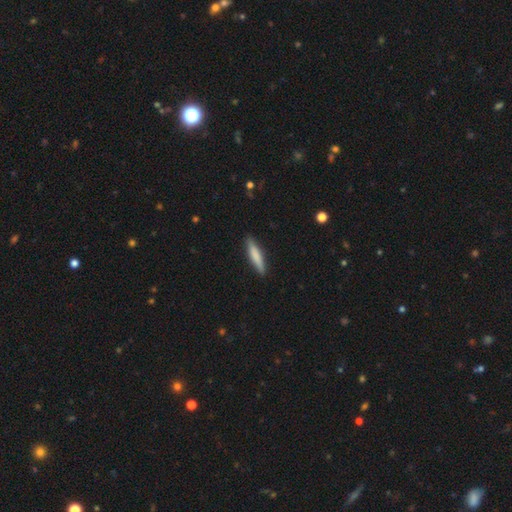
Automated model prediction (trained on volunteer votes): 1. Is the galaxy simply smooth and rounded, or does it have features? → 73% smooth, 21% featured or disk, 6% star or artifact.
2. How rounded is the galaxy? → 86% cigar-shaped, 13% in between, 1% round.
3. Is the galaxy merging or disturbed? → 88% none, 9% minor disturbance, 2% major disturbance, 1% merger.